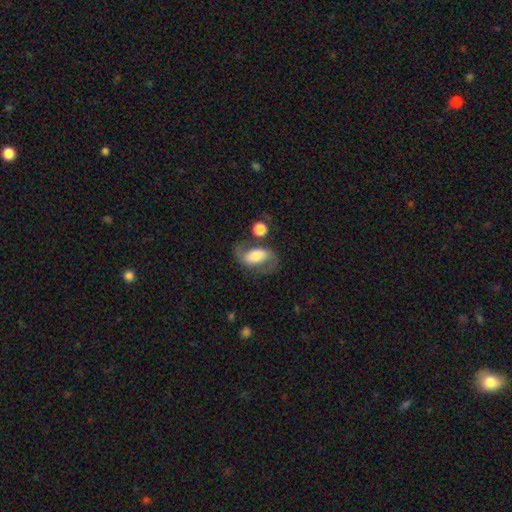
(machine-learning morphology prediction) smooth-or-featured: featured or disk: 55% | smooth: 37% | star or artifact: 8%
  disk-edge-on: no: 95% | yes: 5%
    bar: no: 41% | weak: 34% | strong: 25%
    has-spiral-arms: yes: 83% | no: 17%
    bulge-size: moderate: 41% | large: 26% | small: 23% | dominant: 6% | none: 5%
  merging: none: 57% | minor disturbance: 19% | major disturbance: 14% | merger: 9%